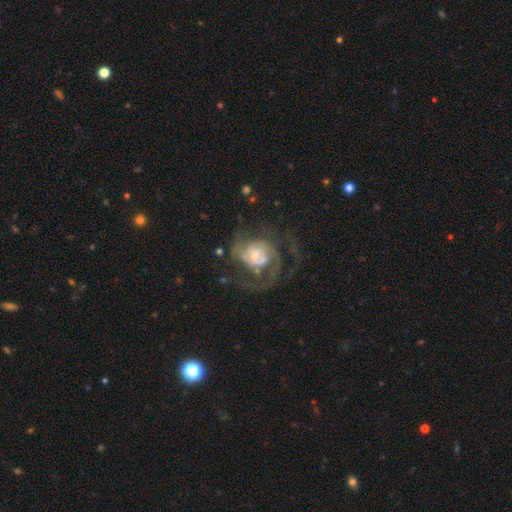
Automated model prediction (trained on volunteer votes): Q: Smooth or featured?
A: featured or disk (78%); runner-up: smooth (15%)
Q: Edge-on disk?
A: no (98%); runner-up: yes (2%)
Q: Bar?
A: no (70%); runner-up: weak (24%)
Q: Spiral arms?
A: yes (84%); runner-up: no (16%)
Q: Spiral winding?
A: medium (43%); runner-up: tight (31%)
Q: Spiral arm count?
A: 2 (34%); runner-up: can't tell (26%)
Q: Bulge size?
A: moderate (44%); runner-up: small (41%)
Q: Merging?
A: none (43%); runner-up: major disturbance (38%)